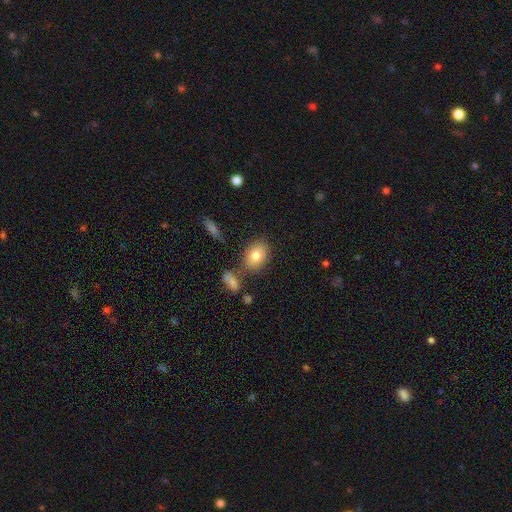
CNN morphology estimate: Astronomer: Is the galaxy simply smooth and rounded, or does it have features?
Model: smooth — 79%.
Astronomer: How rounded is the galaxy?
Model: in between — 72%.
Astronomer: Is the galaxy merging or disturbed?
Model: none — 76%.